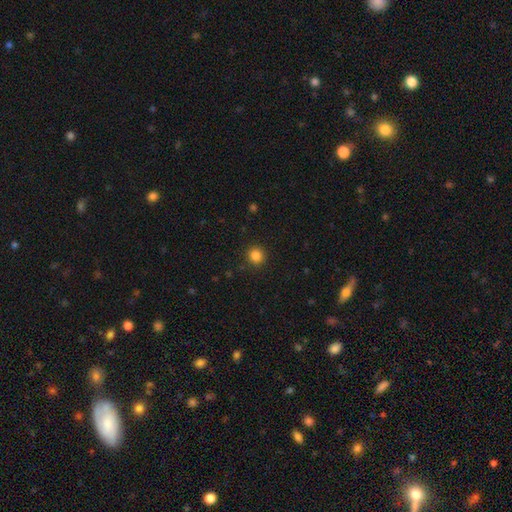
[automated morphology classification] smooth-or-featured: smooth: 84% | star or artifact: 12% | featured or disk: 4%
  how-rounded: round: 93% | in between: 6% | cigar-shaped: 1%
  merging: none: 91% | minor disturbance: 6% | major disturbance: 2% | merger: 1%